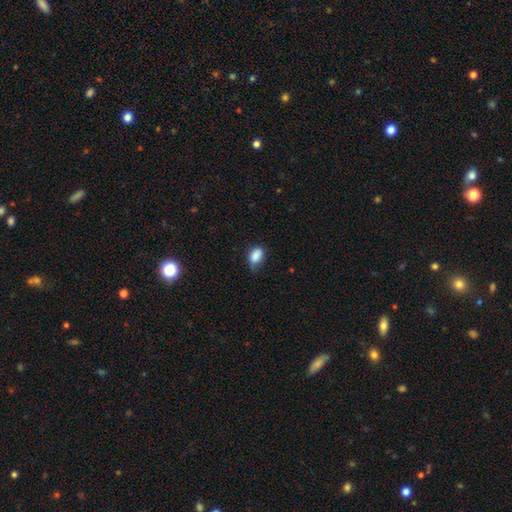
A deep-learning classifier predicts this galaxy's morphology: Smooth or featured? smooth (86%)
How rounded? in between (82%)
Merging? none (53%)